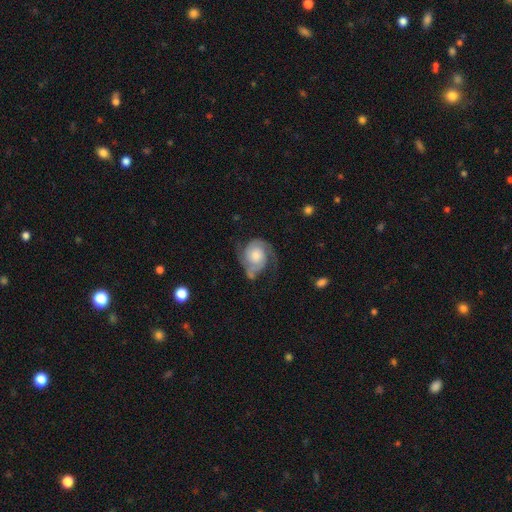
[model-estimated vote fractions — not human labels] The model was most divided on "spiral winding": medium: 44%, tight: 36%, loose: 20%. Remaining: edge-on disk — no (98%); spiral arms — yes (96%); spiral arm count — 2 (87%); smooth or featured — featured or disk (81%); bar — no (75%); merging — none (57%); bulge size — moderate (38%).